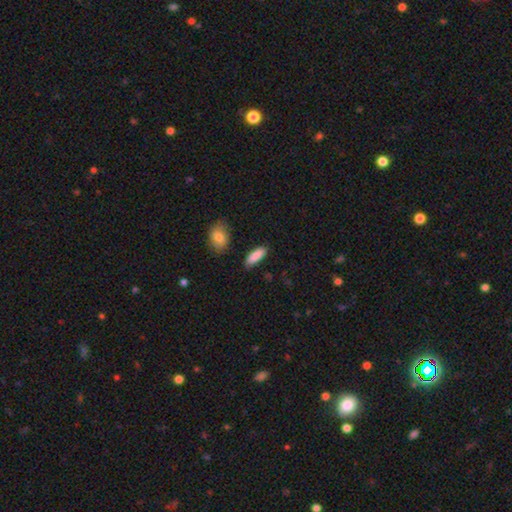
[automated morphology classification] Smooth or featured: smooth — 88% (star or artifact — 6%)
How rounded: in between — 61% (cigar-shaped — 37%)
Merging: none — 84% (minor disturbance — 12%)